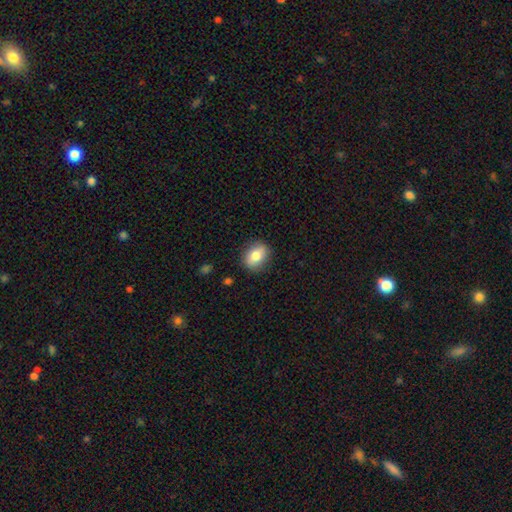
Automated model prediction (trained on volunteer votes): smooth 78%, featured or disk 14%, star or artifact 8%. Down the decision tree: how rounded — in between (59%); merging — none (86%).